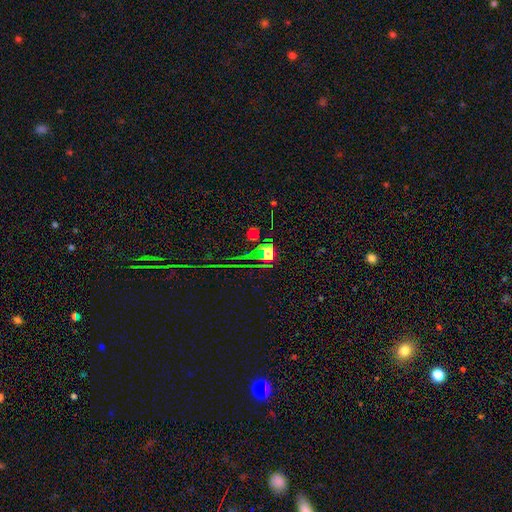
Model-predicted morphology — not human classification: This appears to be a star or artifact, not a galaxy (63%).